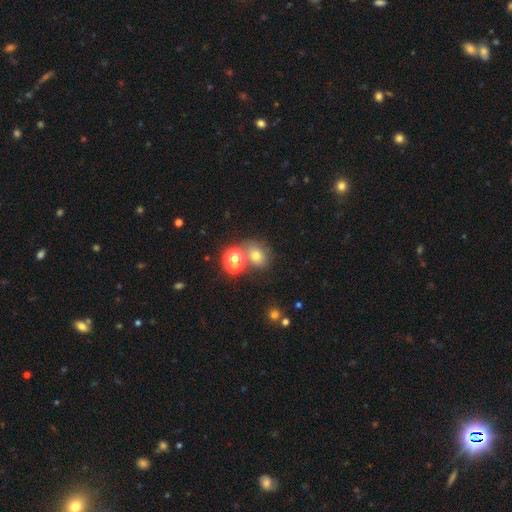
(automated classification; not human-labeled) Smooth or featured? smooth (66%)
How rounded? round (63%)
Merging? none (60%)